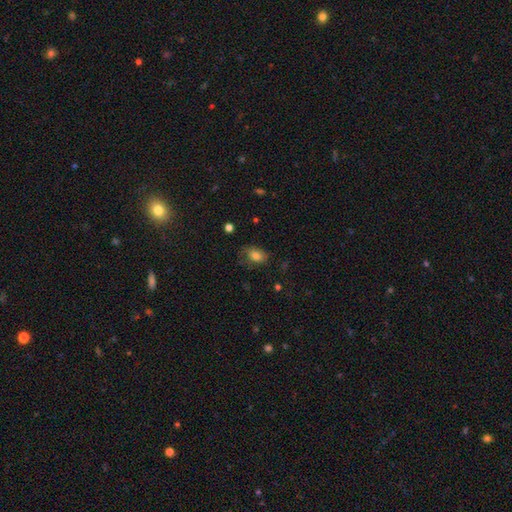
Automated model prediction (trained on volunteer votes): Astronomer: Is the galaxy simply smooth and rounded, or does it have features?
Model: smooth — 79%.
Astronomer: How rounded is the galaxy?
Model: in between — 80%.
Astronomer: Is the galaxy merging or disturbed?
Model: none — 63%.